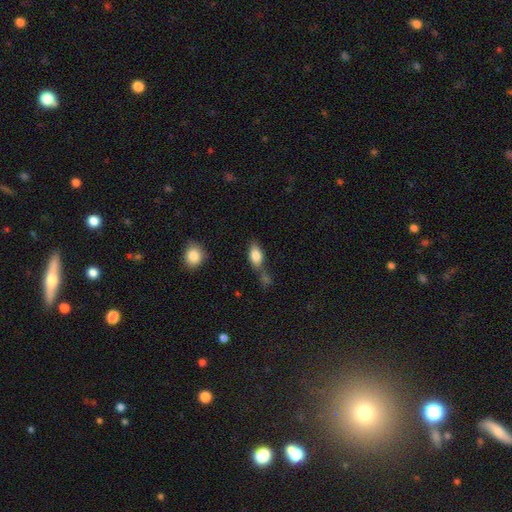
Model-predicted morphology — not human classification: Smooth or featured? Predicted: smooth (p=0.81). How rounded? Predicted: in between (p=0.87). Merging? Predicted: none (p=0.51).